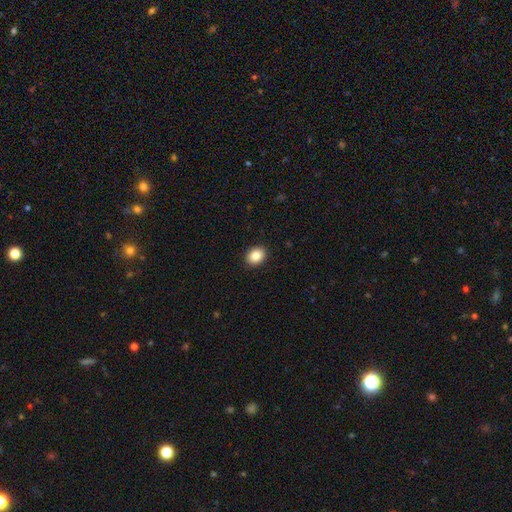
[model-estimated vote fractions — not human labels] Overall: smooth (87%). How rounded: in between (58%; round 41%). Merging: none (91%).